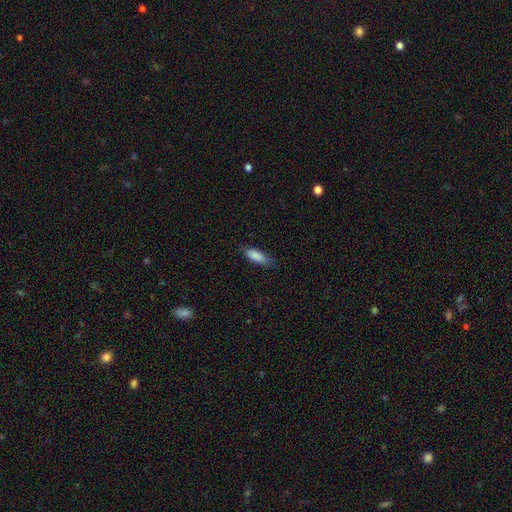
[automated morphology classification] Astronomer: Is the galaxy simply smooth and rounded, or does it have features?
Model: smooth — 87%.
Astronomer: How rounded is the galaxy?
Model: in between — 70%.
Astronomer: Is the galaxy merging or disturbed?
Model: none — 75%.